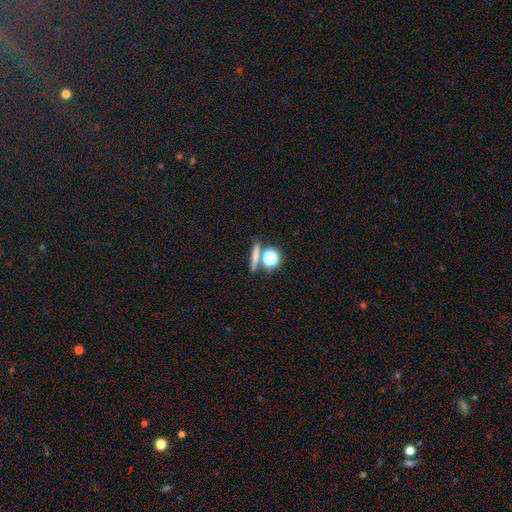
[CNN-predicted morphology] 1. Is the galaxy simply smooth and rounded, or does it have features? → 60% smooth, 24% star or artifact, 17% featured or disk.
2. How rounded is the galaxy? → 51% cigar-shaped, 33% round, 16% in between.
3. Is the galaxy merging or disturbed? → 75% none, 14% merger, 8% minor disturbance, 3% major disturbance.